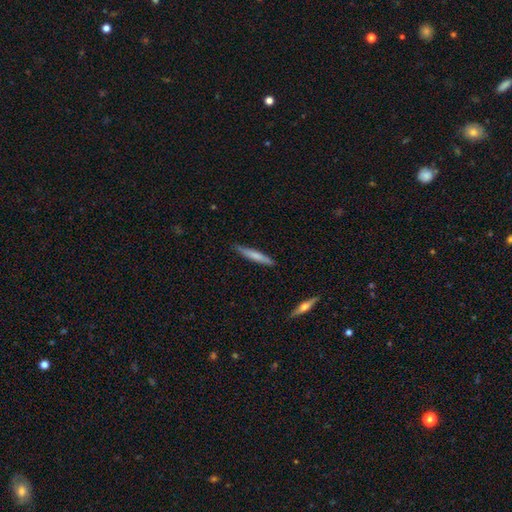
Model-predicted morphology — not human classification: Smooth or featured? smooth (65%)
How rounded? cigar-shaped (94%)
Merging? none (87%)